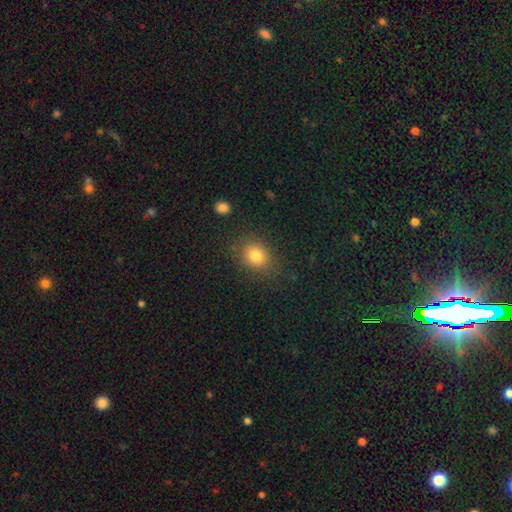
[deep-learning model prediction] Smooth or featured? Predicted: smooth (p=0.81). How rounded? Predicted: round (p=0.63). Merging? Predicted: none (p=0.82).